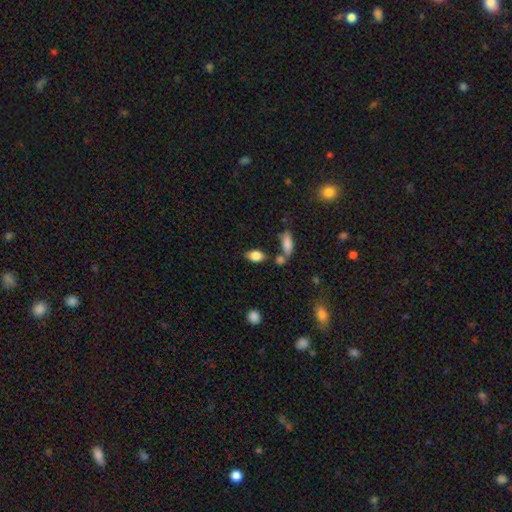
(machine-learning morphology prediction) This appears to be a smooth galaxy with no disk features (79%) that is in between round and cigar-shaped (87%). Merging: none (64%).